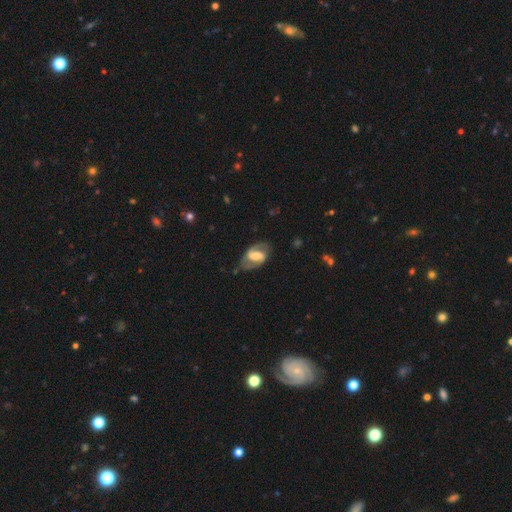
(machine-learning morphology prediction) Smooth or featured? Predicted: featured or disk (p=0.80). Edge-on disk? Predicted: no (p=0.96). Bar? Predicted: weak (p=0.44). Spiral arms? Predicted: yes (p=0.90). Spiral winding? Predicted: medium (p=0.52). Spiral arm count? Predicted: 2 (p=0.90). Bulge size? Predicted: moderate (p=0.56). Merging? Predicted: none (p=0.74).